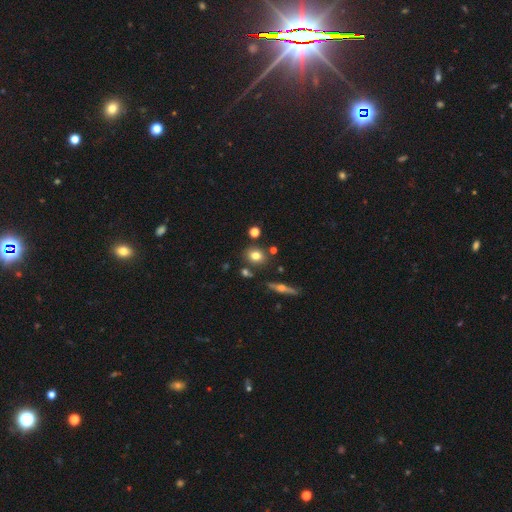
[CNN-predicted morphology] smooth 74%, featured or disk 14%, star or artifact 12%. Down the decision tree: how rounded — round (59%); merging — none (79%).